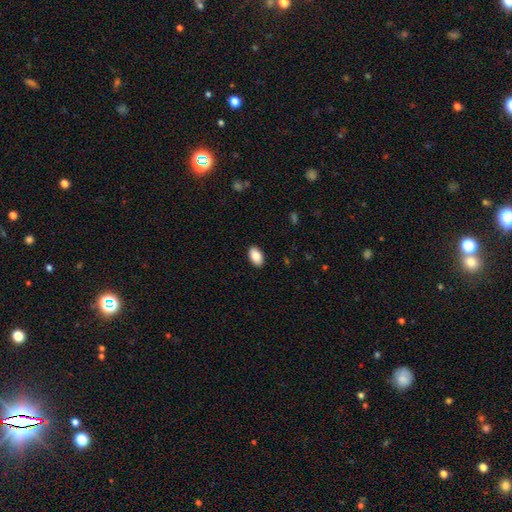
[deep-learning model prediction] Smooth or featured?
  - smooth: 87% *
  - star or artifact: 7%
  - featured or disk: 6%
How rounded?
  - in between: 94% *
  - round: 5%
  - cigar-shaped: 1%
Merging?
  - none: 90% *
  - minor disturbance: 7%
  - major disturbance: 2%
  - merger: 1%